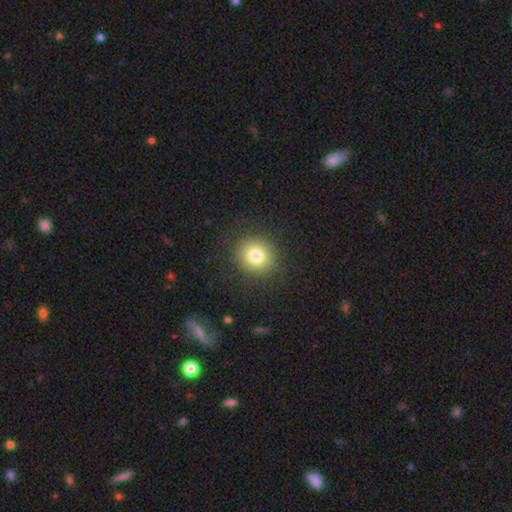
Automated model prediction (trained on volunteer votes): smooth_or_featured: smooth (p=0.80) [alt: star or artifact p=0.11]
how_rounded: round (p=0.87) [alt: in between p=0.12]
merging: none (p=0.89) [alt: minor disturbance p=0.07]